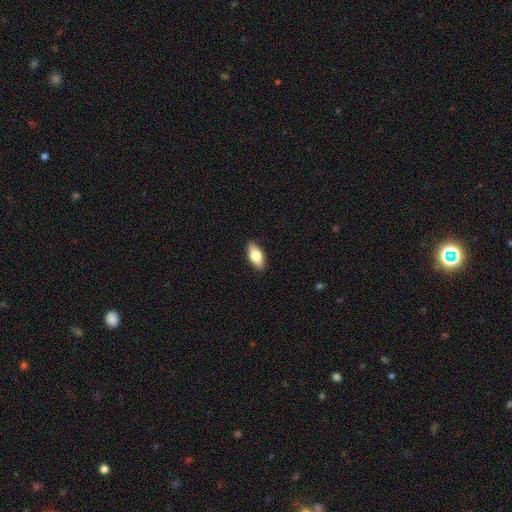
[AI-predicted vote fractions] smooth-or-featured: smooth: 74% | featured or disk: 19% | star or artifact: 6%
  how-rounded: in between: 86% | cigar-shaped: 11% | round: 3%
  merging: none: 89% | minor disturbance: 8% | major disturbance: 2% | merger: 1%